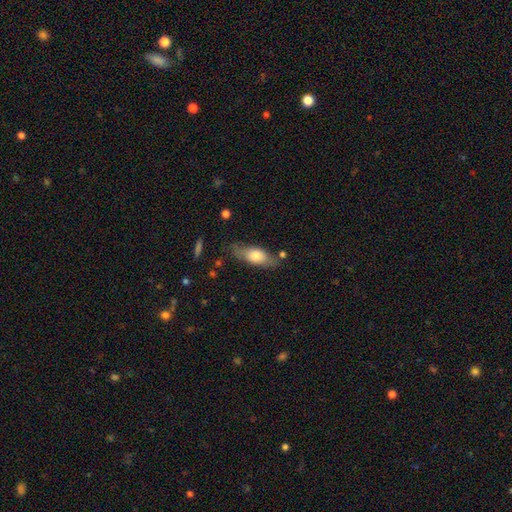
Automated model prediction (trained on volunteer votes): Smooth or featured: smooth — 66% (featured or disk — 28%)
How rounded: in between — 72% (cigar-shaped — 24%)
Merging: none — 70% (minor disturbance — 20%)